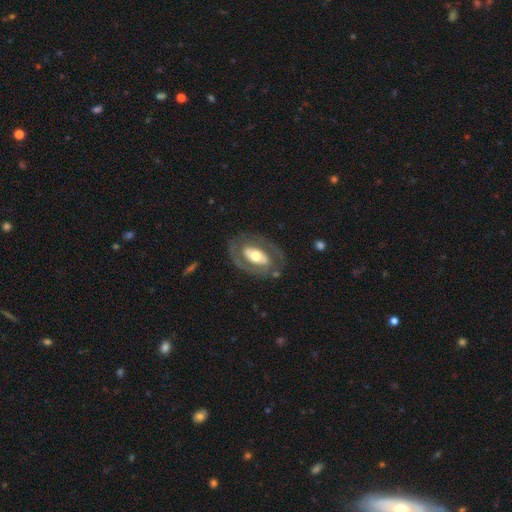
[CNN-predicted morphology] Overall: featured or disk (70%). Edge-on disk: no (93%). Bar: no (47%; strong 29%). Spiral arms: yes (53%; no 47%). Bulge size: moderate (60%; large 23%). Merging: none (76%).